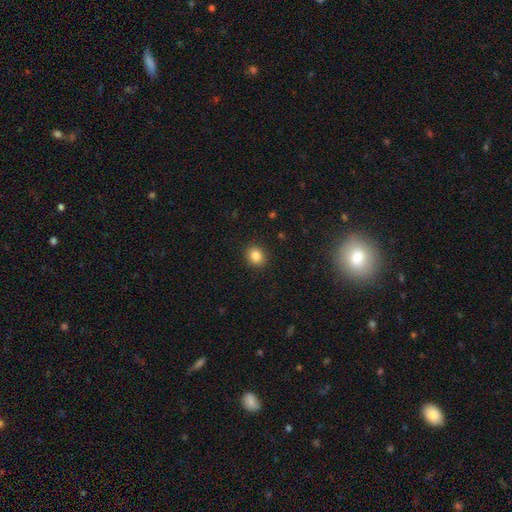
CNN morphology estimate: Overall: smooth (85%). How rounded: round (65%; in between 34%). Merging: none (90%).